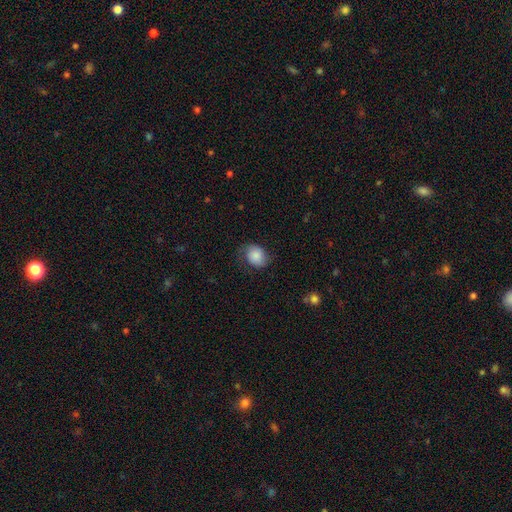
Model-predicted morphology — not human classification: type=smooth (75%); roundness=in between (52%); merging=none (65%).